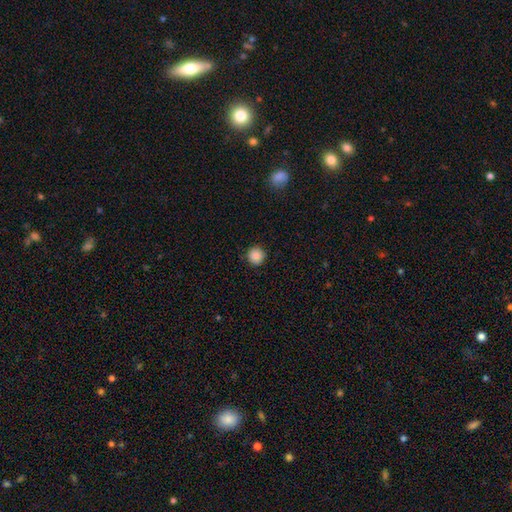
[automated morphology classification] The model was most divided on "smooth or featured": smooth: 88%, star or artifact: 10%, featured or disk: 3%. More confident: how rounded — round (95%); merging — none (91%).